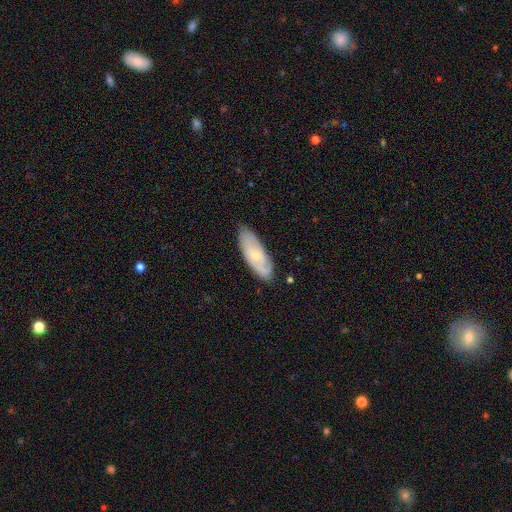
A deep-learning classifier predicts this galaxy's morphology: Smooth or featured? featured or disk (52%)
Edge-on disk? no (82%)
Merging? none (76%)